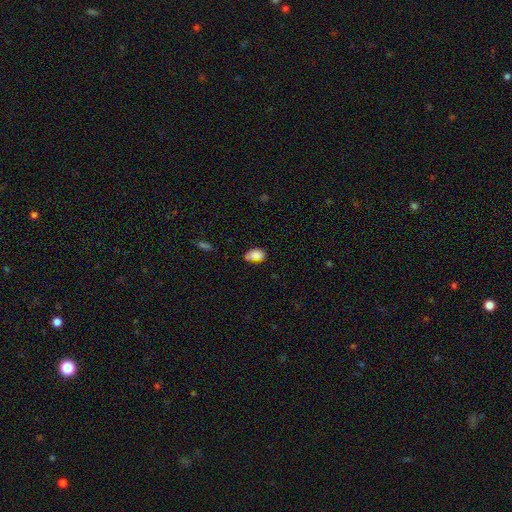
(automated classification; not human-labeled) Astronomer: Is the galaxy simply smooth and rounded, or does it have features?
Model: smooth — 84%.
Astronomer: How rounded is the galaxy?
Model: in between — 91%.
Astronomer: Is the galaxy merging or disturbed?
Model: none — 53% (runner-up: minor disturbance, 34%).